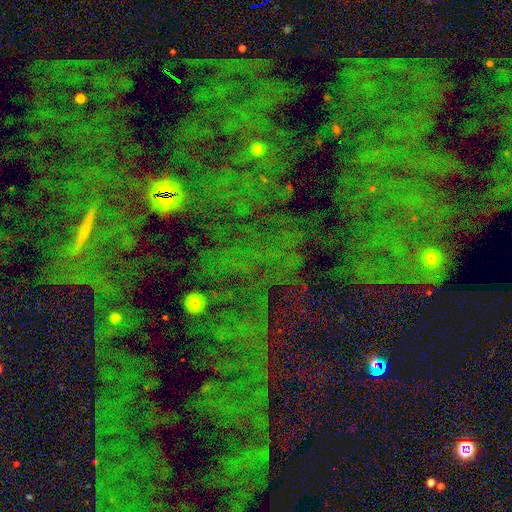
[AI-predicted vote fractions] Smooth or featured: star or artifact — 79% (smooth — 11%)